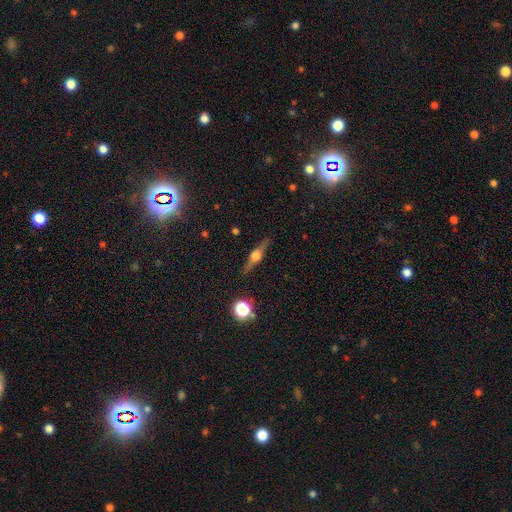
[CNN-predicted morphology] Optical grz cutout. It shows a featured or disk galaxy (73%) viewed edge-on (97%) with a rounded central bulge (94%). Merging: none (88%).